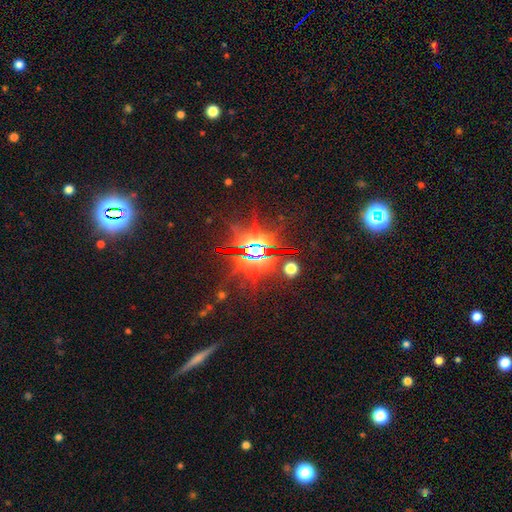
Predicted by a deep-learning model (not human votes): star or artifact 82%, featured or disk 11%, smooth 7%.